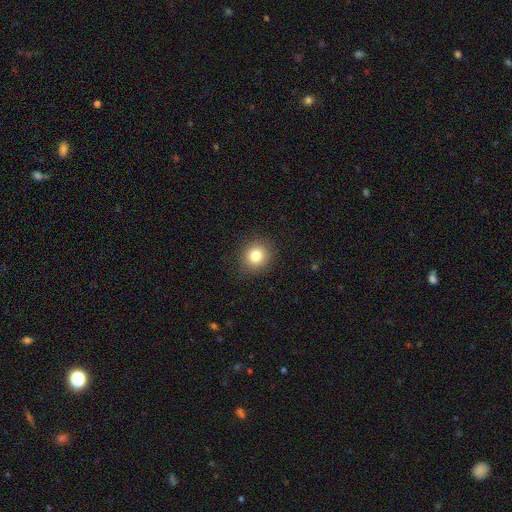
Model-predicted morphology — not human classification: smooth-or-featured: smooth: 81% | star or artifact: 11% | featured or disk: 7%
  how-rounded: round: 85% | in between: 14% | cigar-shaped: 1%
  merging: none: 90% | minor disturbance: 7% | major disturbance: 2% | merger: 1%